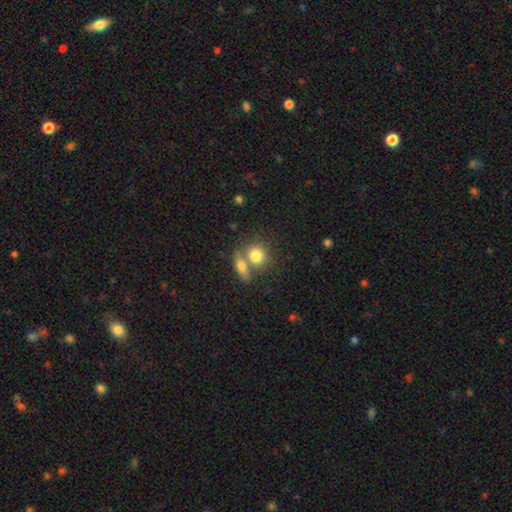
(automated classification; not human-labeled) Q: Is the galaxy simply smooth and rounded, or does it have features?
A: smooth — 78%.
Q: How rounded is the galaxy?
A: round — 67%.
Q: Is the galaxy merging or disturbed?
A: none — 44%.